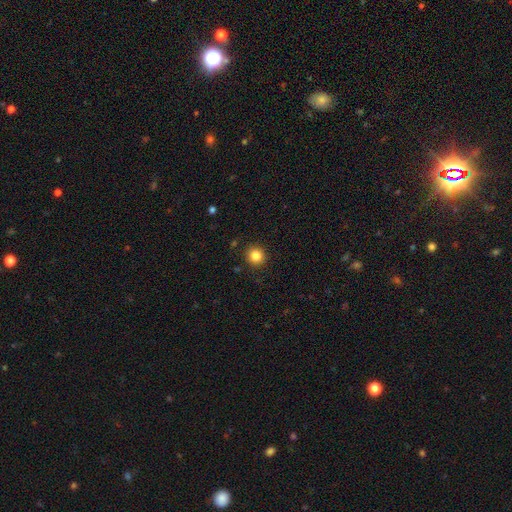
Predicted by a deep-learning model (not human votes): smooth_or_featured: smooth (p=0.84) [alt: star or artifact p=0.11]
how_rounded: round (p=0.92) [alt: in between p=0.07]
merging: none (p=0.91) [alt: minor disturbance p=0.06]